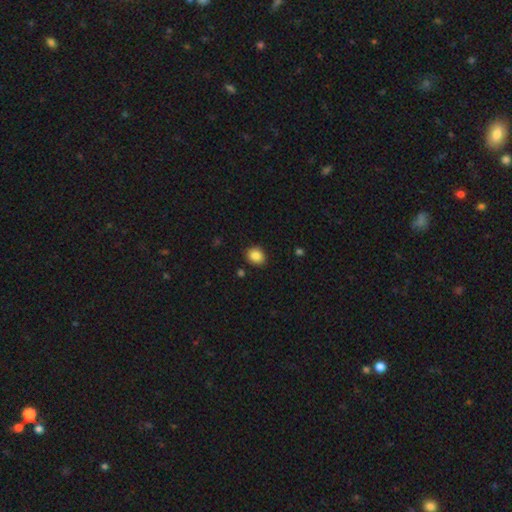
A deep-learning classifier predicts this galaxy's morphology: smooth 86%, star or artifact 9%, featured or disk 4%. Down the decision tree: how rounded — round (66%); merging — none (88%).